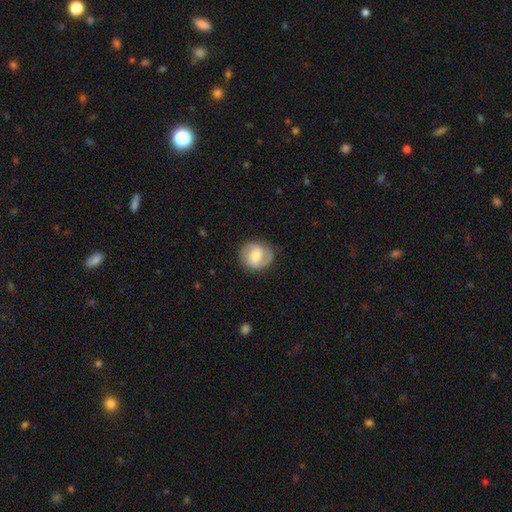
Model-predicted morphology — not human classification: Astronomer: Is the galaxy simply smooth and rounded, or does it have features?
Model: featured or disk — 63%.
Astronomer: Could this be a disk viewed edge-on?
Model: no — 98%.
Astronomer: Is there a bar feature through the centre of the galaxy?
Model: weak — 51% (runner-up: no, 28%).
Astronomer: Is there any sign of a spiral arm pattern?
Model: yes — 88%.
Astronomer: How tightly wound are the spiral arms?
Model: medium — 47% (runner-up: tight, 34%).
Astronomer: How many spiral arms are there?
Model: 2 — 84%.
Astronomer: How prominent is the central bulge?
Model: moderate — 59%.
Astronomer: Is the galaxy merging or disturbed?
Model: none — 81%.